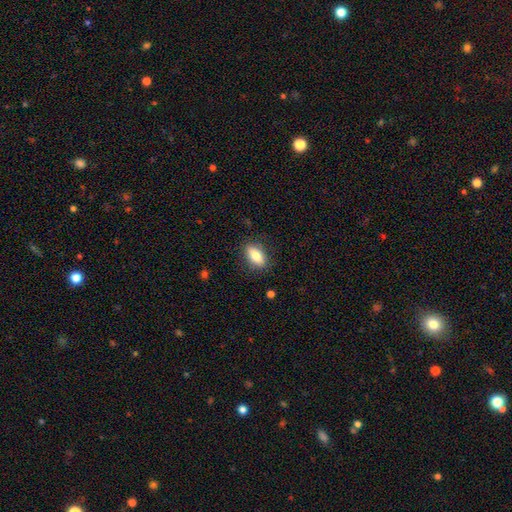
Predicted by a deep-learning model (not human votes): A smooth galaxy with no disk features (75%) that is in between round and cigar-shaped (81%). Merging: none (84%).